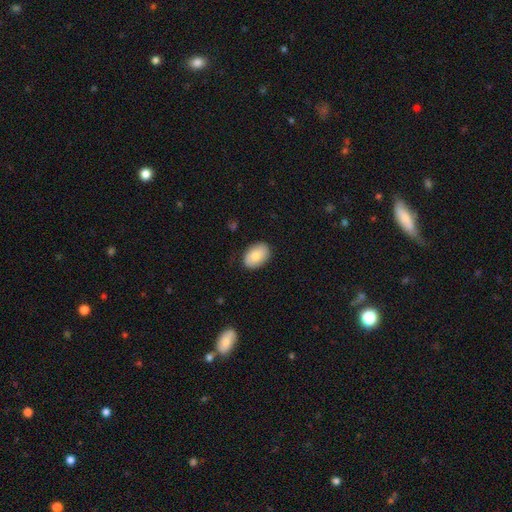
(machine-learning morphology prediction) This is clearly a smooth galaxy (82%). How rounded: clearly in between (87%). Merging: clearly none (85%).